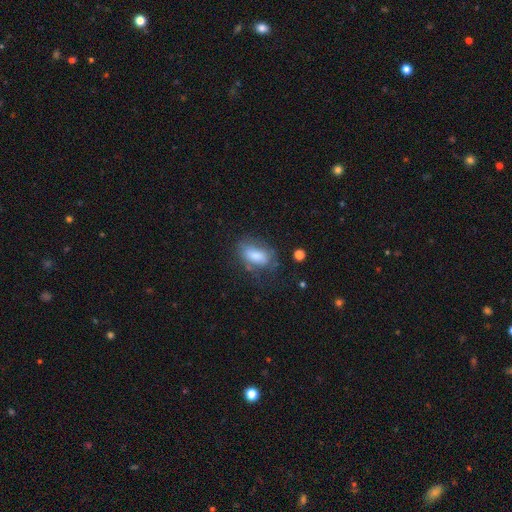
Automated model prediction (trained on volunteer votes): smooth_or_featured: smooth (p=0.73) [alt: featured or disk p=0.19]
how_rounded: in between (p=0.89) [alt: round p=0.07]
merging: none (p=0.55) [alt: minor disturbance p=0.26]